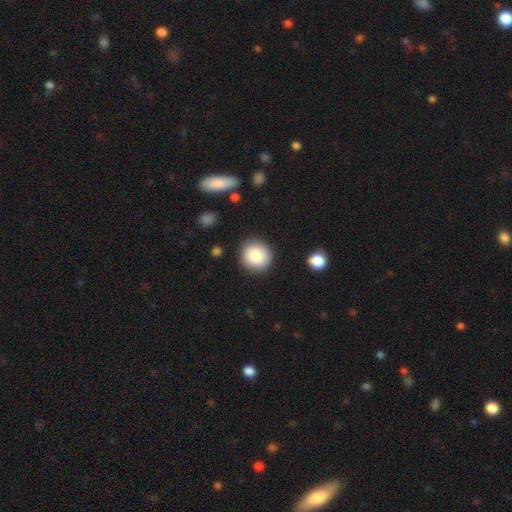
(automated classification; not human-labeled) Smooth or featured? smooth (85%)
How rounded? round (92%)
Merging? none (88%)